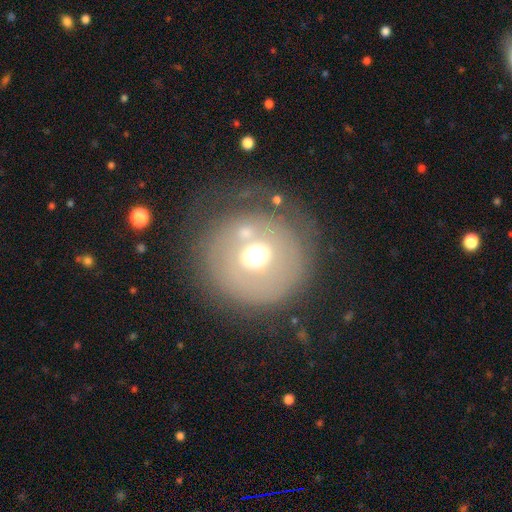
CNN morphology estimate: This is possibly a smooth galaxy (48%). Merging: possibly none (59%).